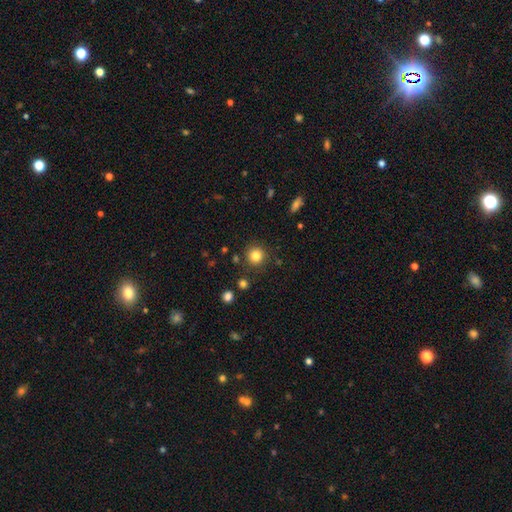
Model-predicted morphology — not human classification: A smooth galaxy with no disk features (83%) that is round (93%). Merging: none (88%).